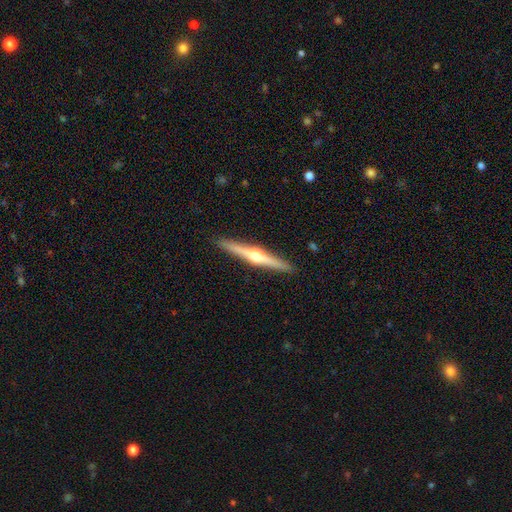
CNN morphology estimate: This is likely a featured or disk galaxy (78%). It is clearly viewed edge-on (98%). Edge-on bulge: clearly rounded (95%). Merging: clearly none (92%).